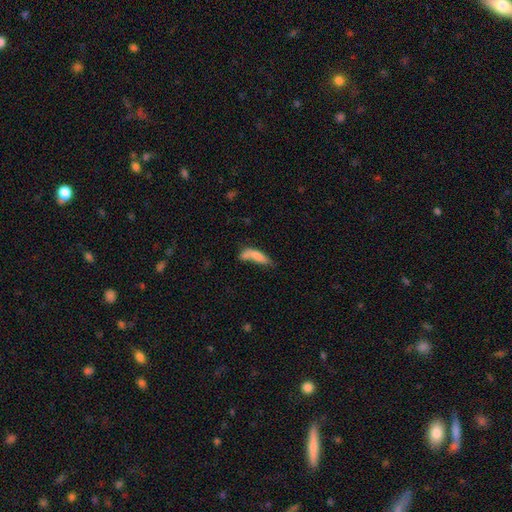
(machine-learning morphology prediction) A smooth galaxy with no disk features (74%) that is cigar-shaped (49%). Merging: merger (34%).